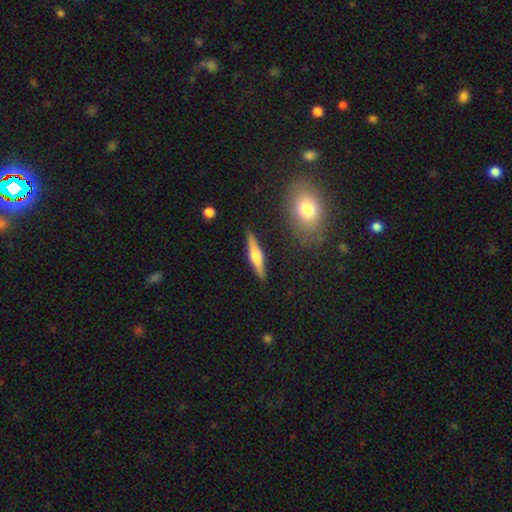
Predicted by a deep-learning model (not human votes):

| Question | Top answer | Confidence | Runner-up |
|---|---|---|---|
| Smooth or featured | featured or disk | 55% | smooth (39%) |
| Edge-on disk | yes | 96% | no (4%) |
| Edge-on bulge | rounded | 77% | boxy (17%) |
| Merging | none | 88% | minor disturbance (8%) |